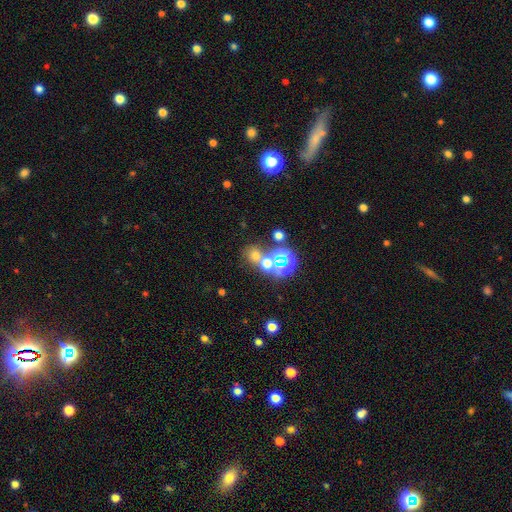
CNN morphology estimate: type=smooth (53%); roundness=round (78%); merging=none (57%).